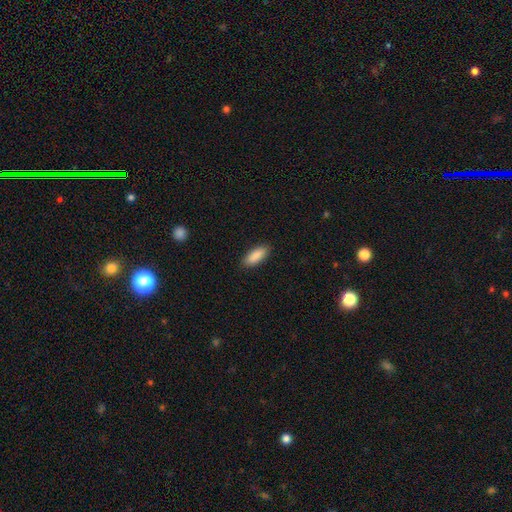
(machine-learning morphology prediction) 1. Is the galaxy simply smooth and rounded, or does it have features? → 90% smooth, 6% star or artifact, 4% featured or disk.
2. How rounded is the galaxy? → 77% in between, 21% cigar-shaped, 2% round.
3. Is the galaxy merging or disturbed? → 88% none, 9% minor disturbance, 2% major disturbance, 1% merger.